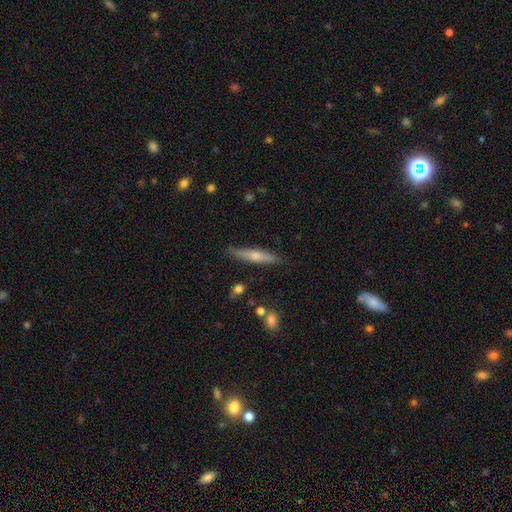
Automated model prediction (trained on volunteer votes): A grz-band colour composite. It shows a smooth galaxy with no disk features (47%, tied with featured or disk). Merging: none (85%).